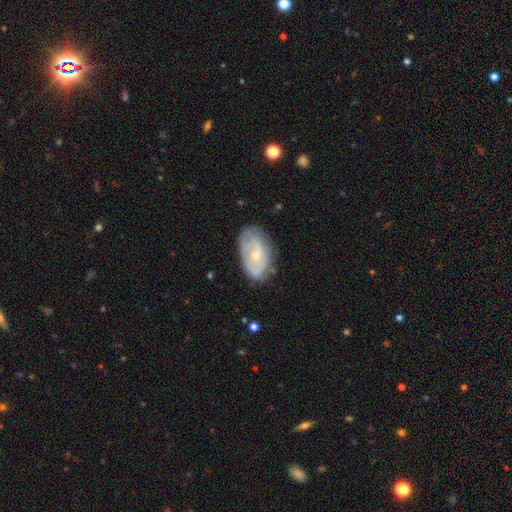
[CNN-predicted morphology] Smooth or featured? featured or disk (57%)
Edge-on disk? no (94%)
Bar? no (71%)
Spiral arms? yes (64%)
Bulge size? small (66%)
Merging? none (70%)